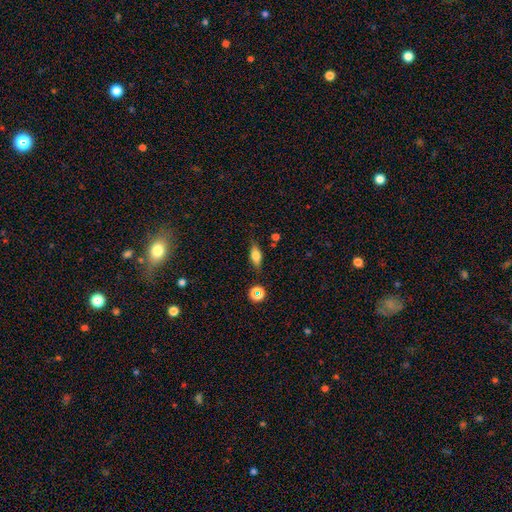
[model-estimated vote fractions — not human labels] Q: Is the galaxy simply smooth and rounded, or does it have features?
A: smooth — 70%.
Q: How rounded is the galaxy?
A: in between — 74%.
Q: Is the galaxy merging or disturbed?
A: none — 79%.